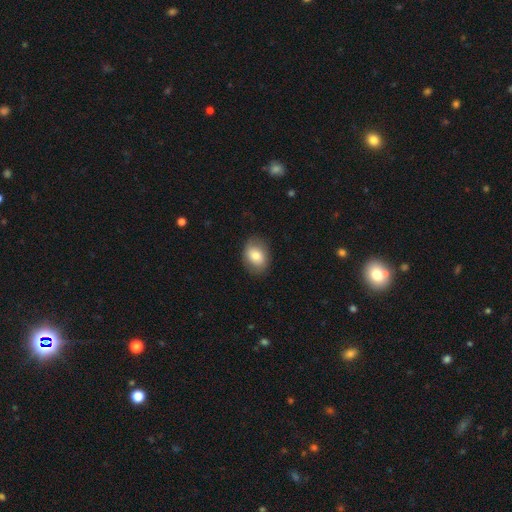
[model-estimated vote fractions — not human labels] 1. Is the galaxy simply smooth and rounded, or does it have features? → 78% smooth, 14% featured or disk, 8% star or artifact.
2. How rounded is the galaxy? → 69% in between, 30% round, 1% cigar-shaped.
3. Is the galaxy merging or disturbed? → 83% none, 12% minor disturbance, 3% major disturbance, 1% merger.